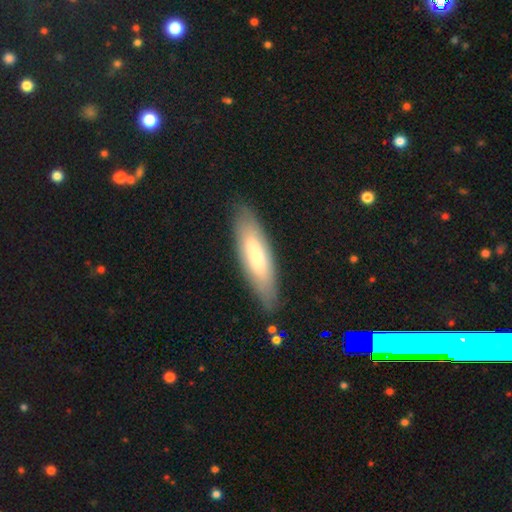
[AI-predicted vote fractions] Smooth or featured? Predicted: smooth (p=0.62). How rounded? Predicted: cigar-shaped (p=0.55). Merging? Predicted: none (p=0.83).